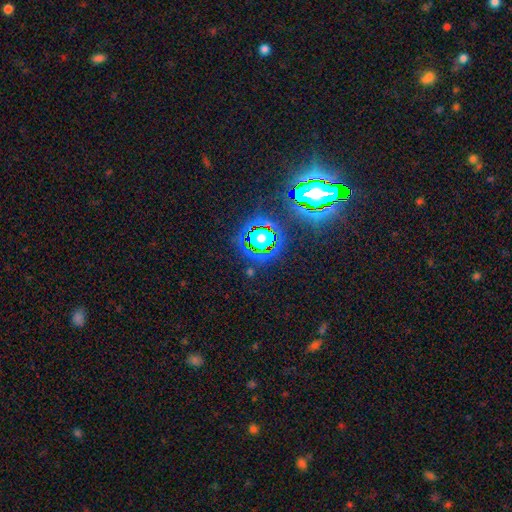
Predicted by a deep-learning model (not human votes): Q: Smooth or featured?
A: star or artifact (81%); runner-up: smooth (11%)